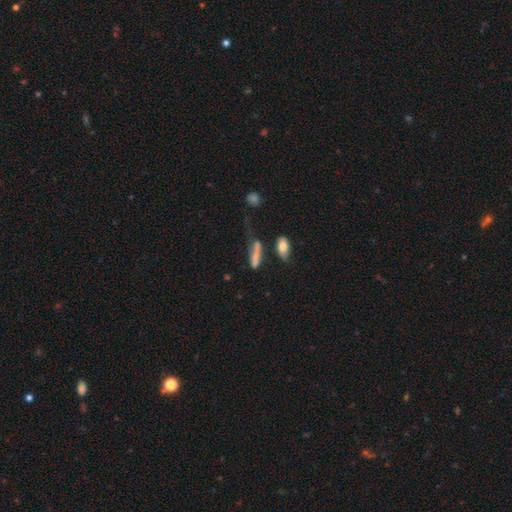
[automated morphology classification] Smooth or featured? Predicted: smooth (p=0.67). How rounded? Predicted: cigar-shaped (p=0.64). Merging? Predicted: none (p=0.33).